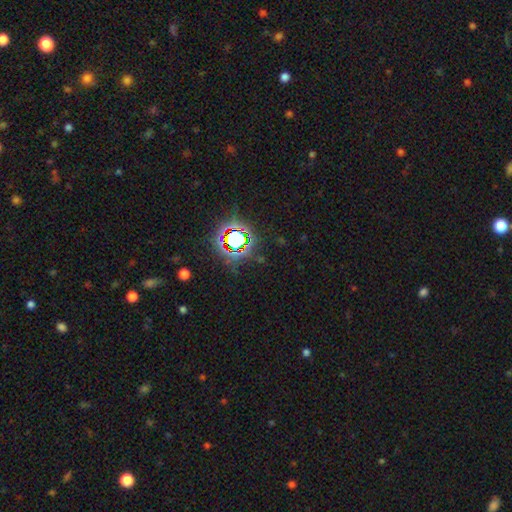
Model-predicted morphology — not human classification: star or artifact 81%, smooth 11%, featured or disk 8%.